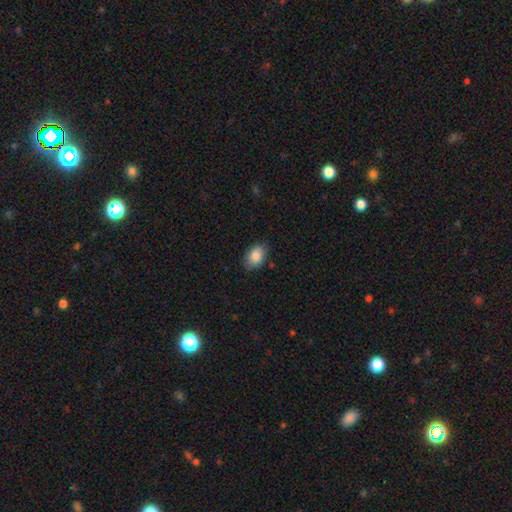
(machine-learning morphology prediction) Overall: smooth (86%). How rounded: in between (86%). Merging: none (82%).